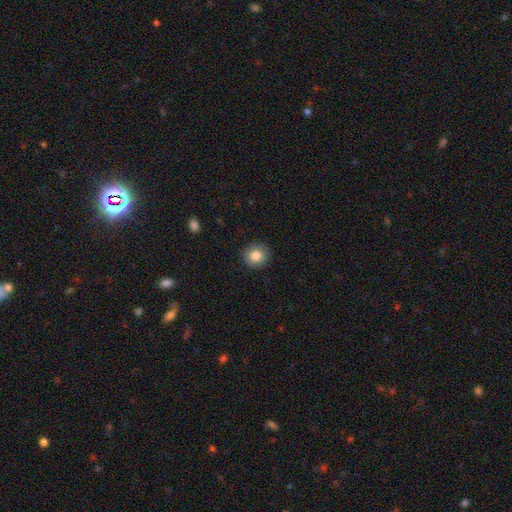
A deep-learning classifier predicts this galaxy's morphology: type=smooth (83%); roundness=round (90%); merging=none (91%).